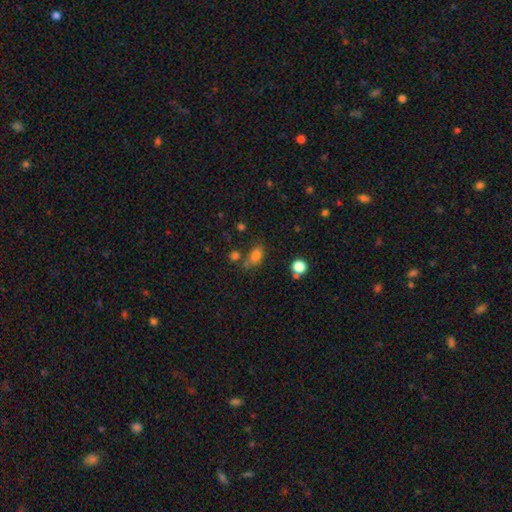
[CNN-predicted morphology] Q: Smooth or featured?
A: smooth (78%); runner-up: star or artifact (14%)
Q: How rounded?
A: in between (80%); runner-up: round (17%)
Q: Merging?
A: none (59%); runner-up: minor disturbance (18%)